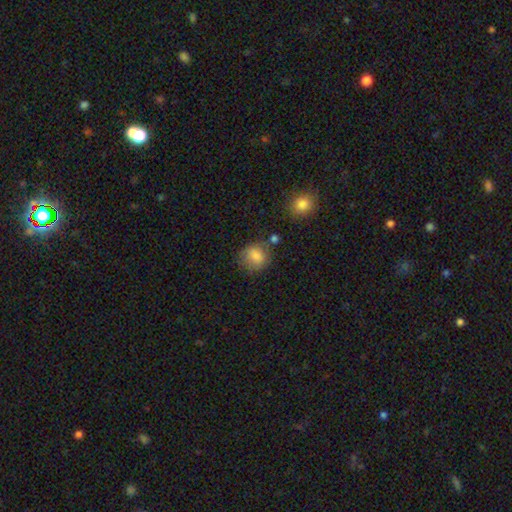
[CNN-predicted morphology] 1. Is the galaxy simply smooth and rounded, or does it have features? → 83% smooth, 9% star or artifact, 8% featured or disk.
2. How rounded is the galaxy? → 77% round, 22% in between, 1% cigar-shaped.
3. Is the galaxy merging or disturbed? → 68% none, 19% minor disturbance, 6% merger, 6% major disturbance.